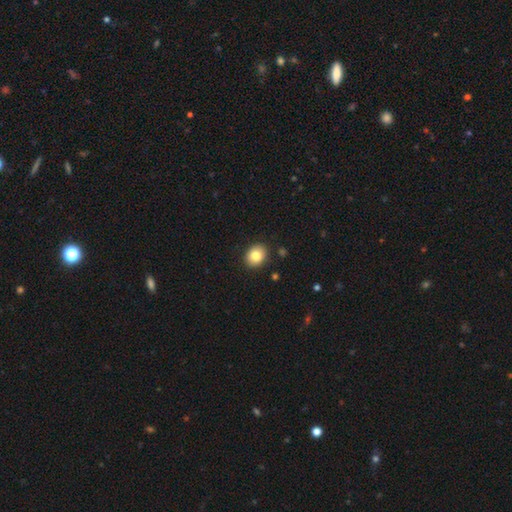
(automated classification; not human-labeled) smooth 84%, star or artifact 9%, featured or disk 7%. Down the decision tree: how rounded — round (55%); merging — none (89%).